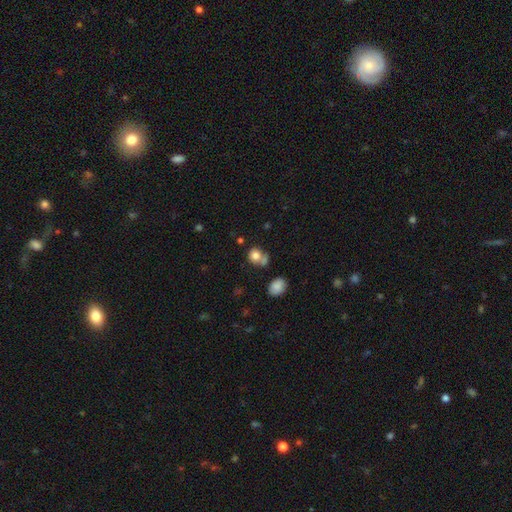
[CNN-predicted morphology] Smooth or featured? smooth (80%)
How rounded? round (73%)
Merging? none (50%)